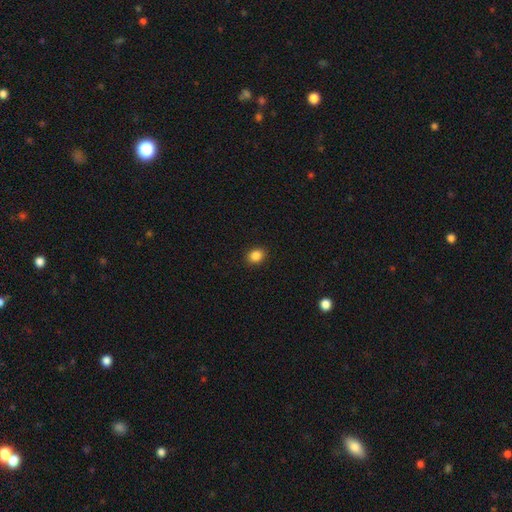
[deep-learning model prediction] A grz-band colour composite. It shows a smooth galaxy with no disk features (86%) that is round (54%). Merging: none (90%).